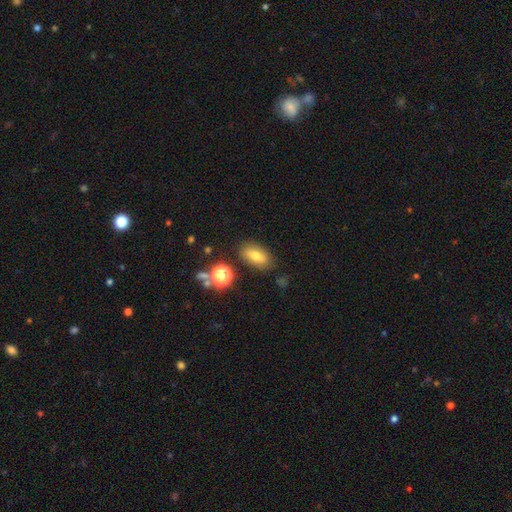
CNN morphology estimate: smooth 72%, featured or disk 16%, star or artifact 12%. Down the decision tree: how rounded — in between (83%); merging — none (81%).